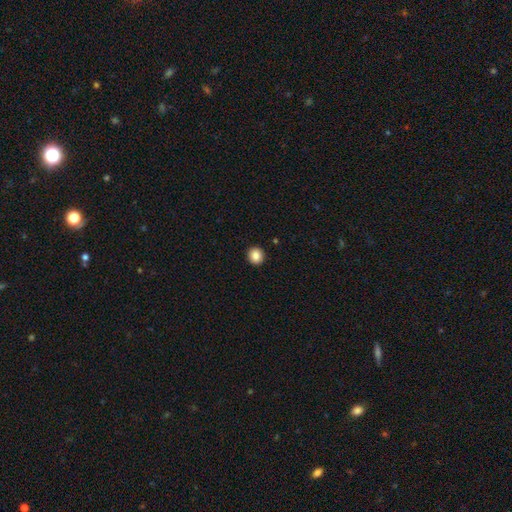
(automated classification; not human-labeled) A smooth galaxy with no disk features (86%) that is round (90%).

Vote fractions:
- Smooth or featured? smooth: 86% / star or artifact: 9% / featured or disk: 4%
- How rounded? round: 90% / in between: 9% / cigar-shaped: 1%
- Merging? none: 93% / minor disturbance: 5% / major disturbance: 2% / merger: 1%